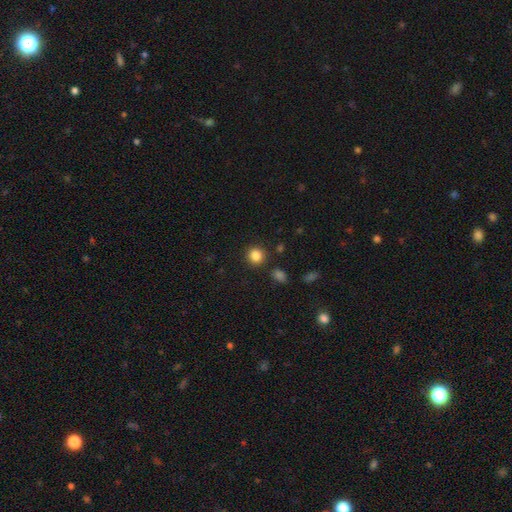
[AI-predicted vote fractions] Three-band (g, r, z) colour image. It shows a smooth galaxy with no disk features (86%) that is round (89%). Merging: none (88%).